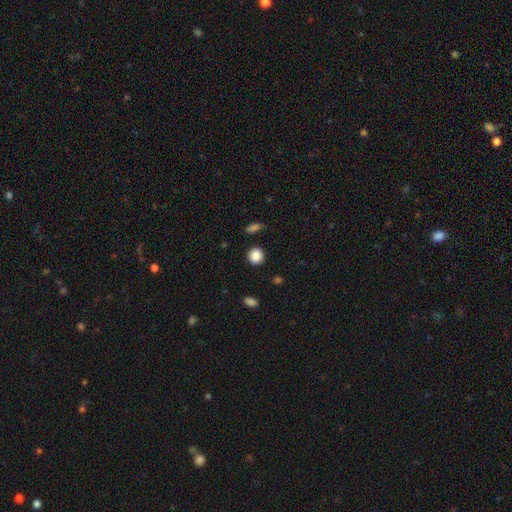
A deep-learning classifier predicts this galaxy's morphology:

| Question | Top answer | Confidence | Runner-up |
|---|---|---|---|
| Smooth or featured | smooth | 87% | star or artifact (9%) |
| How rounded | round | 89% | in between (10%) |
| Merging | none | 90% | minor disturbance (6%) |